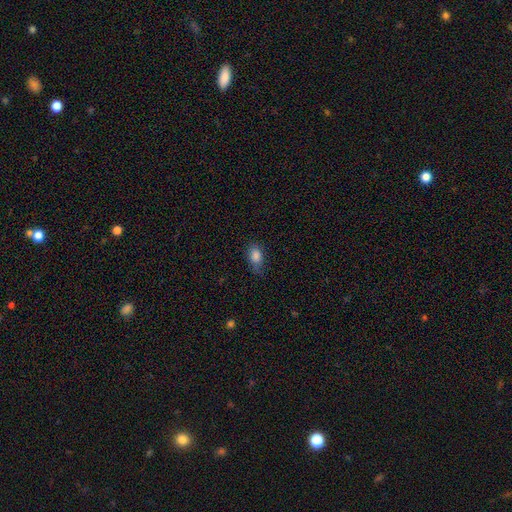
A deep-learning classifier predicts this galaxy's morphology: Q: Smooth or featured?
A: smooth (85%); runner-up: star or artifact (9%)
Q: How rounded?
A: in between (86%); runner-up: round (11%)
Q: Merging?
A: none (67%); runner-up: minor disturbance (25%)